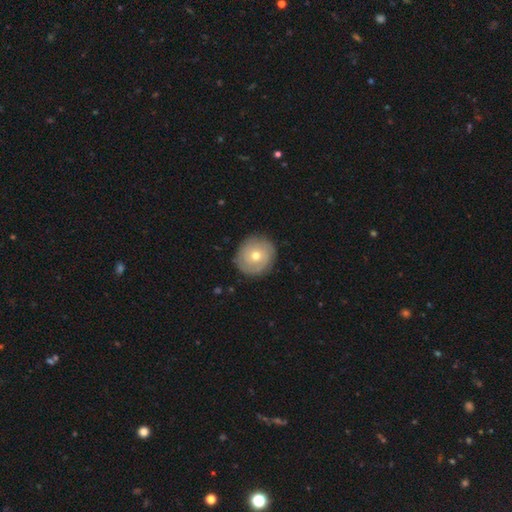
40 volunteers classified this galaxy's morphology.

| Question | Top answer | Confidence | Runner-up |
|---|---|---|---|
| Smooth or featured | featured or disk | 57% | smooth (38%) |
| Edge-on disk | no | 100% | — |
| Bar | no | 74% | weak (26%) |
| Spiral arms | yes | 91% | no (9%) |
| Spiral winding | tight | 76% | medium (24%) |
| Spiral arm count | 2 | 67% | can't tell (24%) |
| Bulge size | moderate | 61% | small (39%) |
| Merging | none | 84% | minor disturbance (11%) |